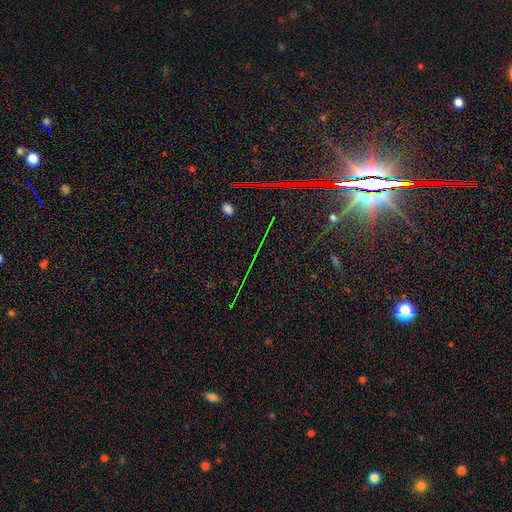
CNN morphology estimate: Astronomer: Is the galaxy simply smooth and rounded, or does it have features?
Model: star or artifact — 86%.